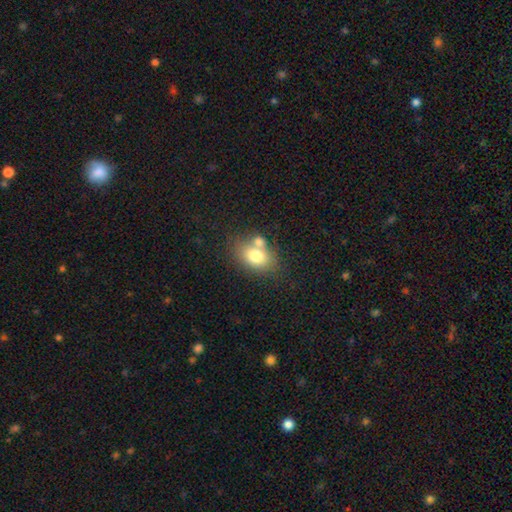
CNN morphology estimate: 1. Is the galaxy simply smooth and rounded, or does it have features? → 75% smooth, 15% featured or disk, 10% star or artifact.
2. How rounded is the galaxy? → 72% in between, 27% round, 1% cigar-shaped.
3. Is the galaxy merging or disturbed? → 53% none, 29% merger, 13% minor disturbance, 5% major disturbance.